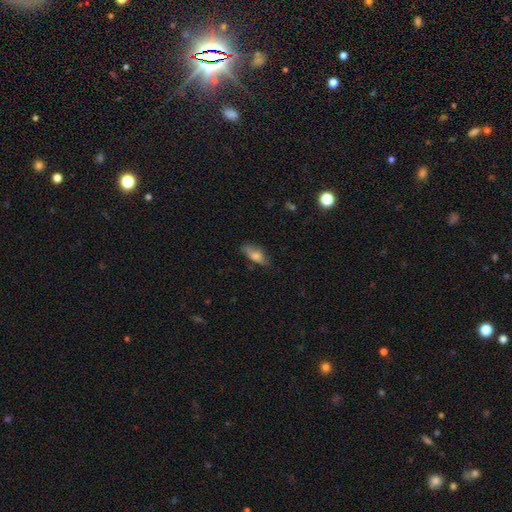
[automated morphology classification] Smooth or featured?
  - smooth: 69% *
  - featured or disk: 22%
  - star or artifact: 9%
How rounded?
  - in between: 71% *
  - cigar-shaped: 26%
  - round: 3%
Merging?
  - none: 69% *
  - minor disturbance: 24%
  - major disturbance: 6%
  - merger: 2%